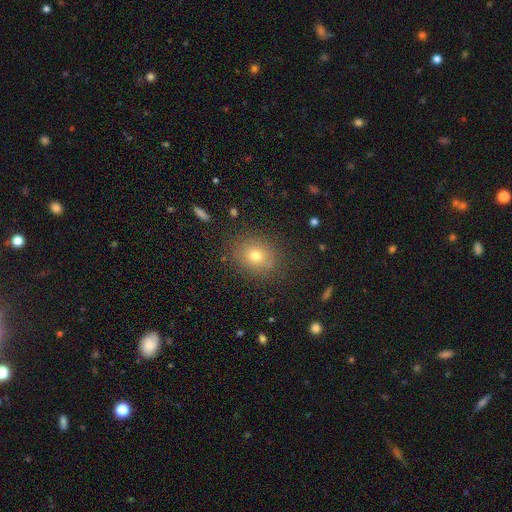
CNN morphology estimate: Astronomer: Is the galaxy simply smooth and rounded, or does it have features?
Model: smooth — 72%.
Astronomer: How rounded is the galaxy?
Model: round — 66%.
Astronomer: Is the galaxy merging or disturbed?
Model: none — 83%.